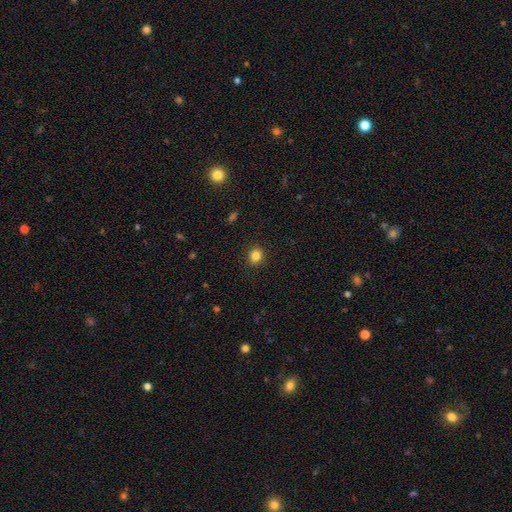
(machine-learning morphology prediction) This is clearly a smooth galaxy (84%). How rounded: likely round (75%). Merging: clearly none (91%).